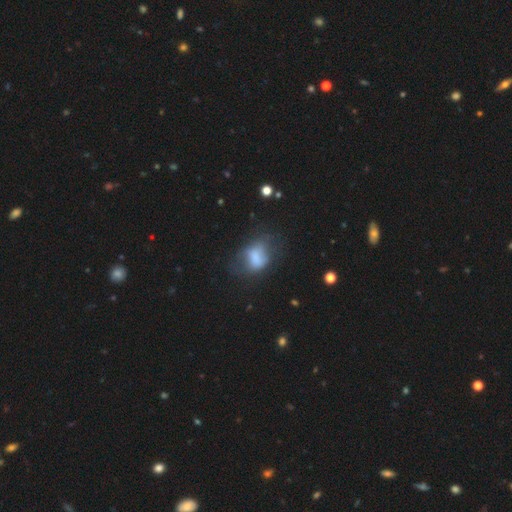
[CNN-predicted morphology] Overall: smooth (63%; featured or disk 26%). How rounded: in between (72%). Merging: none (38%; major disturbance 29%).